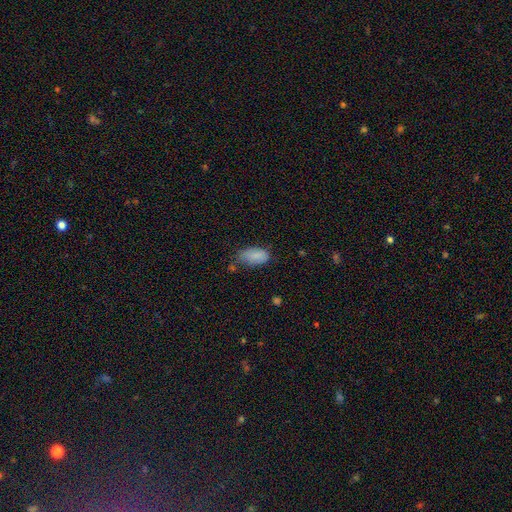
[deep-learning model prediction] Smooth or featured? Predicted: smooth (p=0.85). How rounded? Predicted: in between (p=0.93). Merging? Predicted: none (p=0.51).